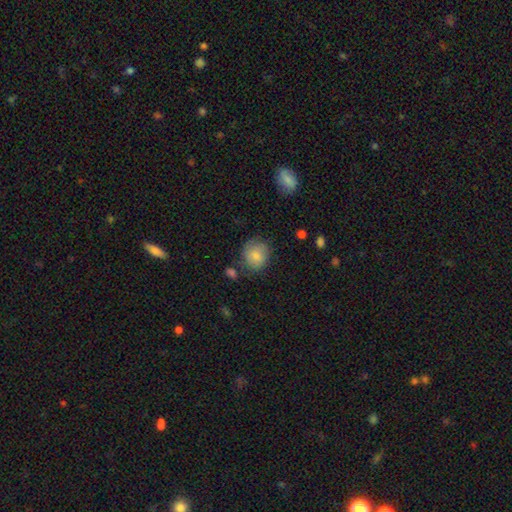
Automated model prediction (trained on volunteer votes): Smooth or featured? smooth (83%)
How rounded? round (80%)
Merging? none (72%)